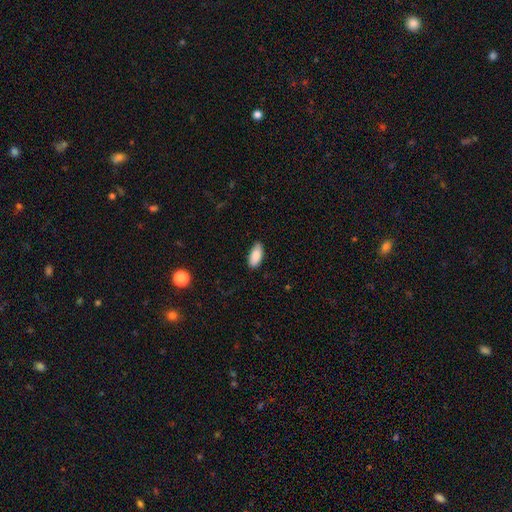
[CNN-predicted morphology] The model was most divided on "merging": none: 83%, minor disturbance: 14%, major disturbance: 2%, merger: 1%. More confident: how rounded — in between (90%); smooth or featured — smooth (88%).